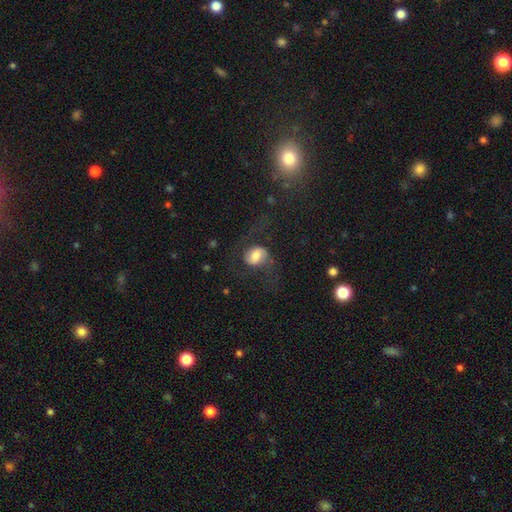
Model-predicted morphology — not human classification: A featured or disk galaxy (53%) with a weak bar (44%), spiral arms (86%) and a moderate central bulge (49%).

Vote fractions:
- Smooth or featured? featured or disk: 53% / smooth: 38% / star or artifact: 9%
- Edge-on disk? no: 96% / yes: 4%
- Bar? weak: 44% / no: 37% / strong: 19%
- Spiral arms? yes: 86% / no: 14%
- Bulge size? moderate: 49% / large: 27% / small: 15% / dominant: 6% / none: 3%
- Merging? none: 54% / major disturbance: 27% / minor disturbance: 17% / merger: 2%